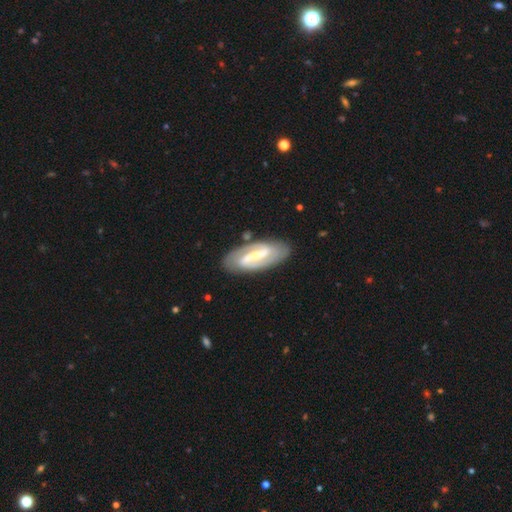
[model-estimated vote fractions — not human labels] A featured or disk galaxy (86%) with a strong bar (67%), 2 (91%) medium (46%) spiral arms (94%) and a small central bulge (52%).

Vote fractions:
- Smooth or featured? featured or disk: 86% / smooth: 10% / star or artifact: 4%
- Edge-on disk? no: 95% / yes: 5%
- Bar? strong: 67% / weak: 25% / no: 8%
- Spiral arms? yes: 94% / no: 6%
- Spiral winding? medium: 46% / tight: 31% / loose: 23%
- Spiral arm count? 2: 91% / can't tell: 4% / 1: 2% / 3: 1% / 4: 1% / more than 4: 1%
- Bulge size? small: 52% / moderate: 39% / none: 4% / large: 4% / dominant: 1%
- Merging? none: 84% / minor disturbance: 11% / major disturbance: 3% / merger: 2%